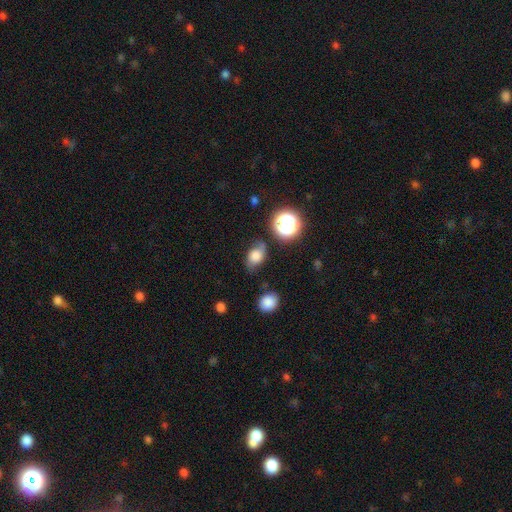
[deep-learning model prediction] smooth-or-featured: smooth: 59% | featured or disk: 27% | star or artifact: 13%
  how-rounded: in between: 72% | round: 27% | cigar-shaped: 2%
  merging: none: 64% | minor disturbance: 24% | major disturbance: 8% | merger: 3%